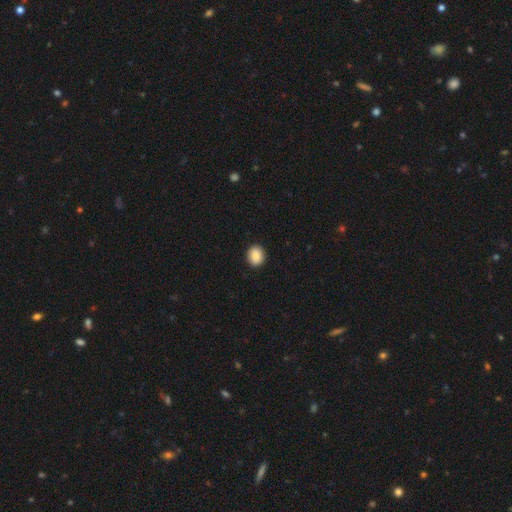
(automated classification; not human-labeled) Morphology: type=smooth (89%); roundness=round (65%); merging=none (92%).